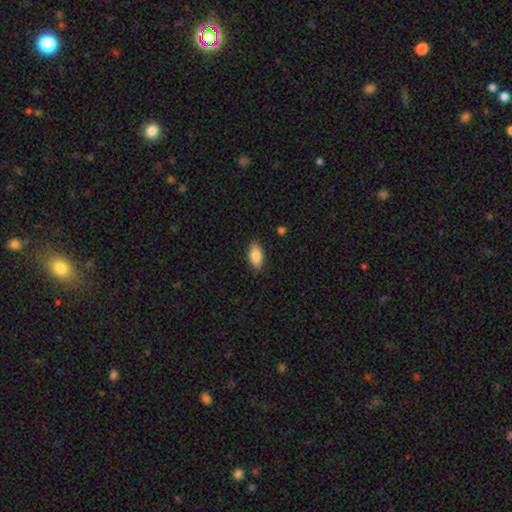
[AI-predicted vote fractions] Overall: smooth (86%). How rounded: in between (89%). Merging: none (88%).